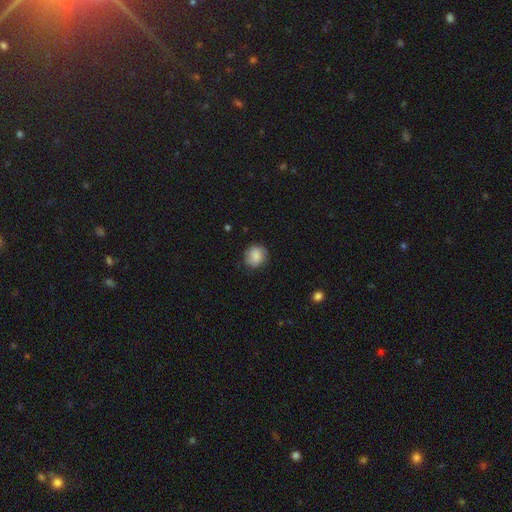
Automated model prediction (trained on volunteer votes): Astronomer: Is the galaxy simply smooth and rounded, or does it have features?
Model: smooth — 81%.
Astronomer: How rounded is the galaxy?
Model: round — 85%.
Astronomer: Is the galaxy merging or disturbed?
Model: none — 79%.